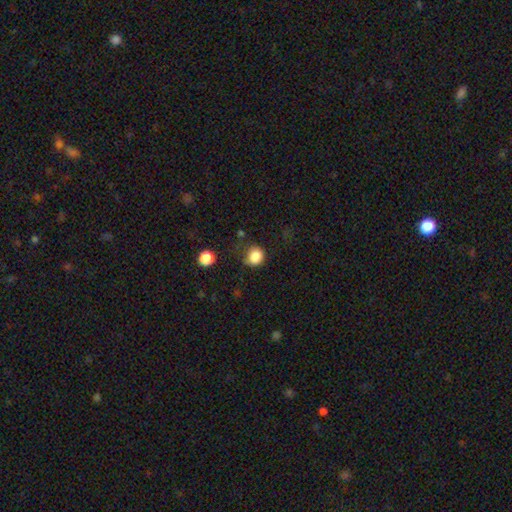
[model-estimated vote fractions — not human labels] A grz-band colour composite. It shows a smooth galaxy with no disk features (85%) that is round (75%). Merging: none (62%).